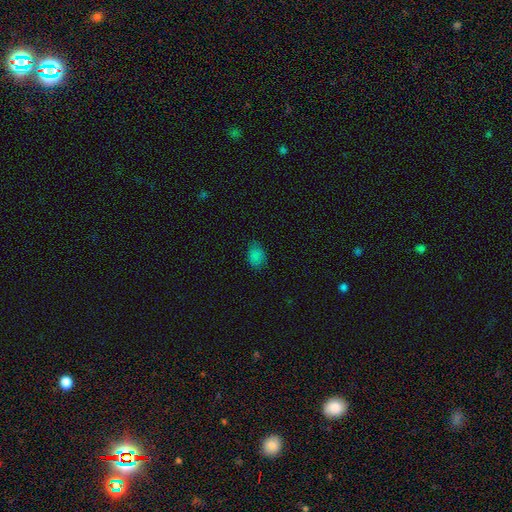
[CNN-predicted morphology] Smooth or featured: smooth — 80% (star or artifact — 15%)
How rounded: in between — 79% (round — 19%)
Merging: none — 71% (minor disturbance — 23%)